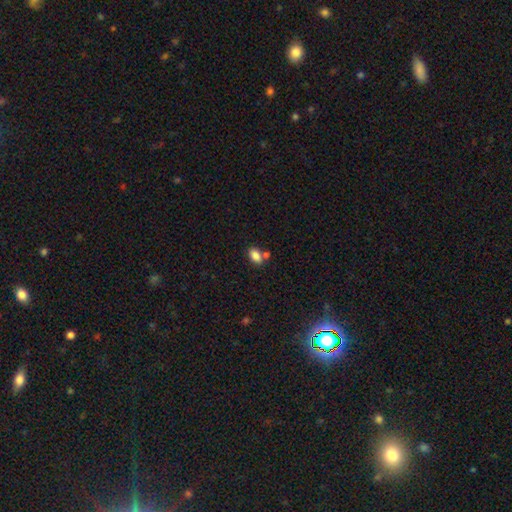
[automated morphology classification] Smooth or featured?
  - smooth: 85% *
  - star or artifact: 9%
  - featured or disk: 6%
How rounded?
  - in between: 88% *
  - round: 9%
  - cigar-shaped: 2%
Merging?
  - none: 58% *
  - merger: 26%
  - minor disturbance: 13%
  - major disturbance: 4%